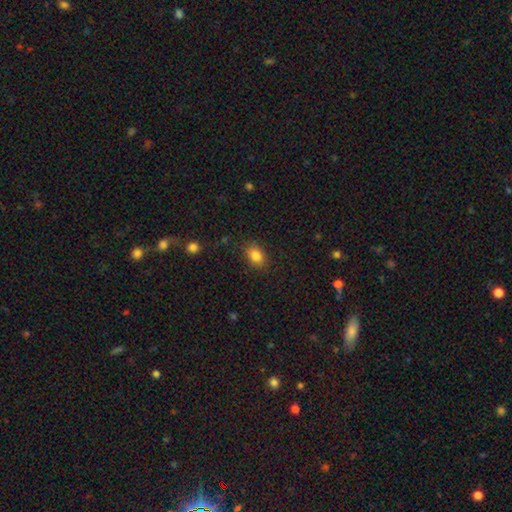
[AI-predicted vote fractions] This appears to be a smooth galaxy with no disk features (84%) that is in between round and cigar-shaped (77%). Merging: none (84%).